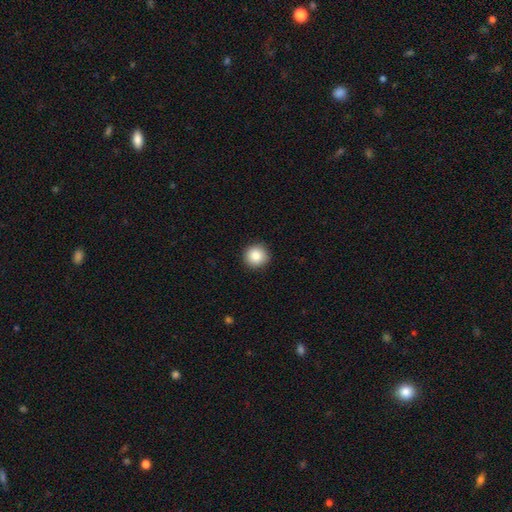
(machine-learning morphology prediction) This appears to be a smooth galaxy with no disk features (87%) that is round (94%). Merging: none (92%).